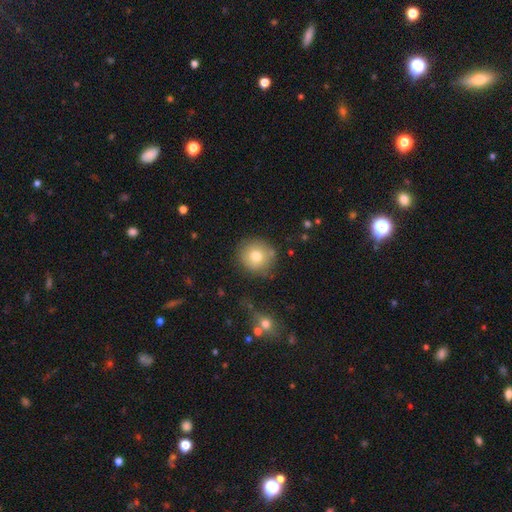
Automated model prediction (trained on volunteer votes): Q: Smooth or featured?
A: smooth (76%); runner-up: featured or disk (14%)
Q: How rounded?
A: round (91%); runner-up: in between (8%)
Q: Merging?
A: none (82%); runner-up: minor disturbance (11%)